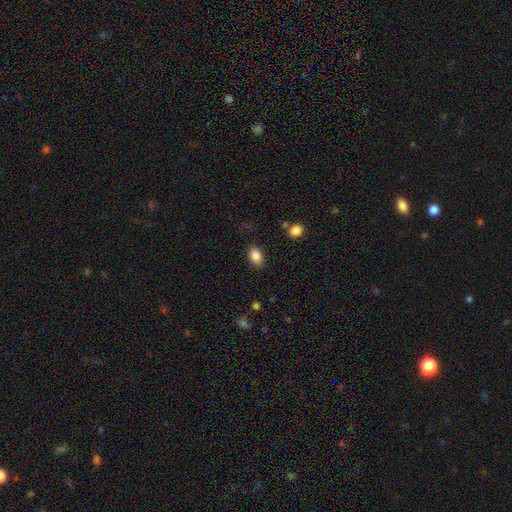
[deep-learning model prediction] Smooth or featured? Predicted: smooth (p=0.86). How rounded? Predicted: in between (p=0.86). Merging? Predicted: none (p=0.83).